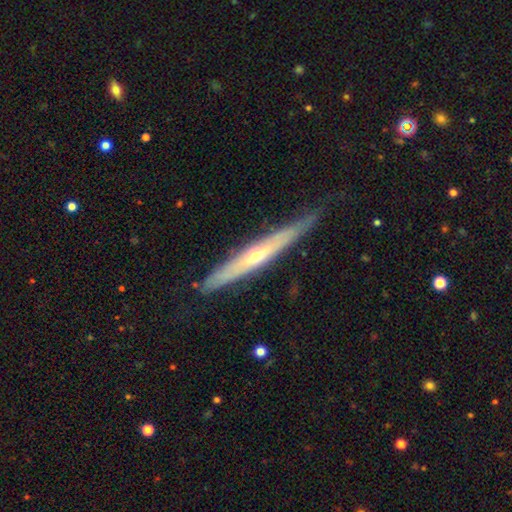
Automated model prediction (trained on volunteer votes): Smooth or featured?
  - featured or disk: 69% *
  - smooth: 25%
  - star or artifact: 6%
Edge-on disk?
  - yes: 90% *
  - no: 10%
Edge-on bulge?
  - rounded: 70% *
  - none: 27%
  - boxy: 2%
Merging?
  - none: 78% *
  - minor disturbance: 18%
  - major disturbance: 3%
  - merger: 1%